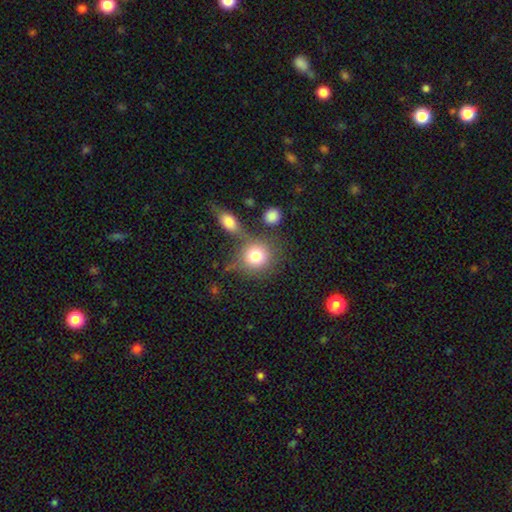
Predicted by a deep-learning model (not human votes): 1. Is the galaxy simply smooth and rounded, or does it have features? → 78% smooth, 12% featured or disk, 11% star or artifact.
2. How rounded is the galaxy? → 85% round, 14% in between, 1% cigar-shaped.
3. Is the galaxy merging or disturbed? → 57% none, 24% merger, 13% minor disturbance, 6% major disturbance.